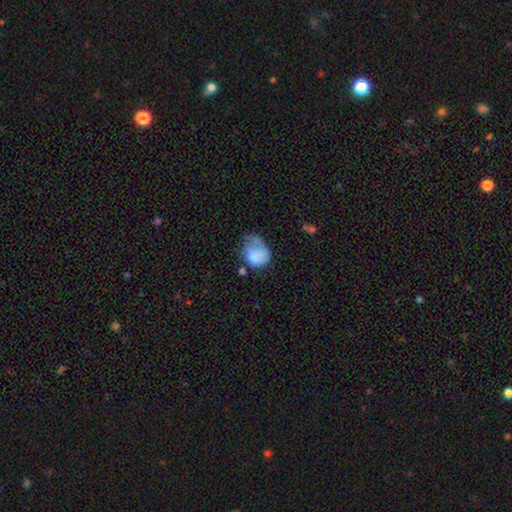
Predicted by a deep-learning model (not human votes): Smooth or featured?
  - smooth: 72% *
  - featured or disk: 20%
  - star or artifact: 8%
How rounded?
  - in between: 58% *
  - round: 41%
  - cigar-shaped: 1%
Merging?
  - major disturbance: 40% *
  - minor disturbance: 32%
  - none: 20%
  - merger: 8%